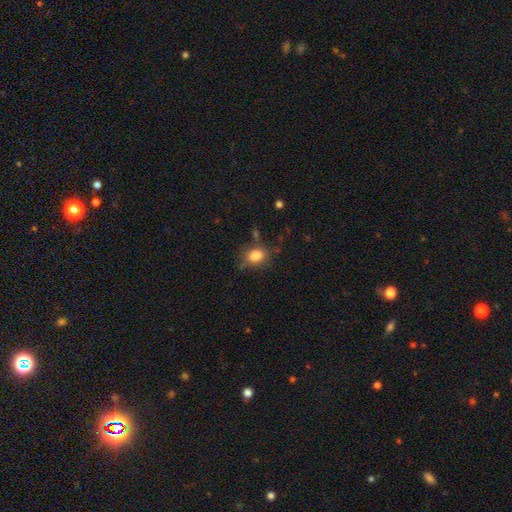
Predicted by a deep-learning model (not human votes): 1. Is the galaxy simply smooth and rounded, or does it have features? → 83% smooth, 10% star or artifact, 7% featured or disk.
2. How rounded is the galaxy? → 53% in between, 46% round, 1% cigar-shaped.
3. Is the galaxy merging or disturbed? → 70% none, 19% minor disturbance, 6% major disturbance, 5% merger.